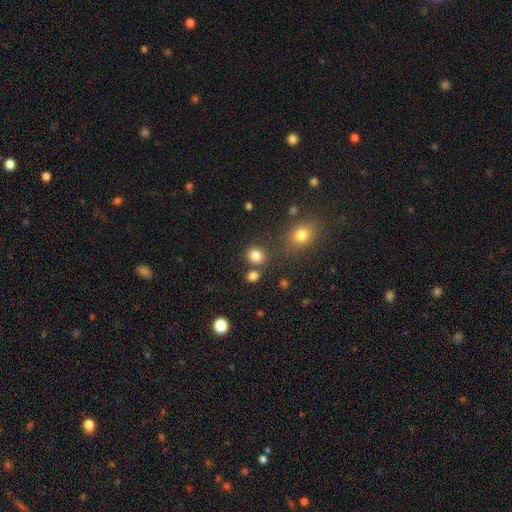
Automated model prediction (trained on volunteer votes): Q: Smooth or featured?
A: smooth (82%); runner-up: star or artifact (13%)
Q: How rounded?
A: round (81%); runner-up: in between (18%)
Q: Merging?
A: none (75%); runner-up: merger (12%)